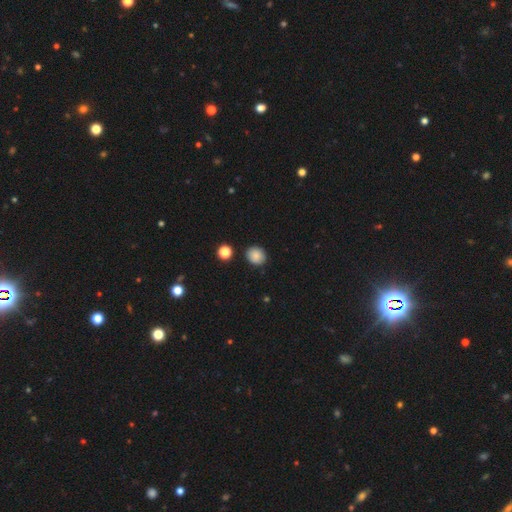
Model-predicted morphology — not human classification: Smooth or featured? Predicted: smooth (p=0.84). How rounded? Predicted: round (p=0.68). Merging? Predicted: none (p=0.81).